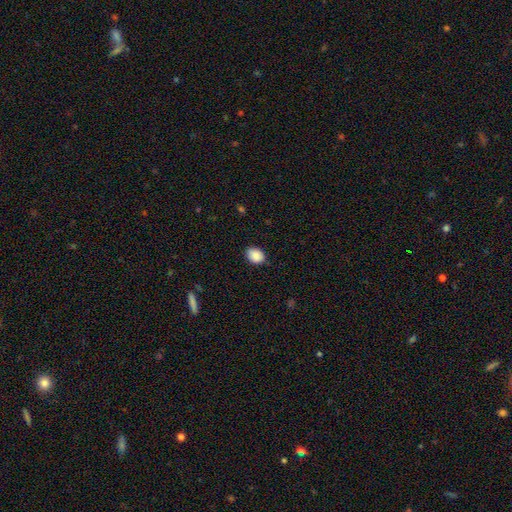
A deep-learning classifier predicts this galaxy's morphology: Overall: smooth (89%). How rounded: in between (68%; round 31%). Merging: none (85%).